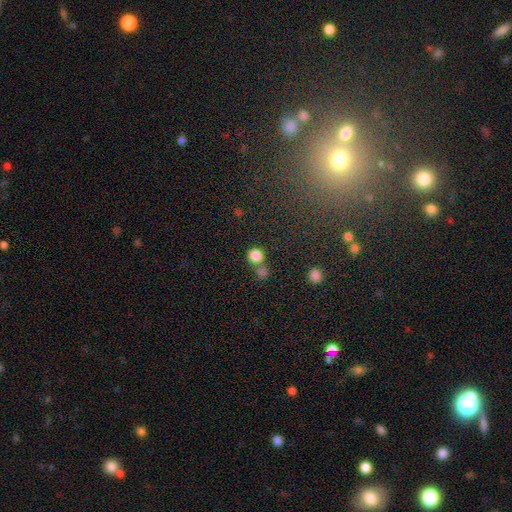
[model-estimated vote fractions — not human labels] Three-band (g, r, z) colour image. It shows a smooth galaxy with no disk features (83%) that is round (88%). Merging: none (53%).